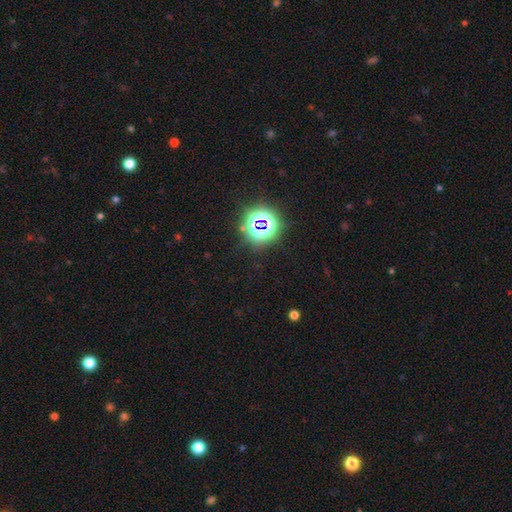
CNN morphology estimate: Q: Smooth or featured?
A: star or artifact (81%); runner-up: smooth (12%)